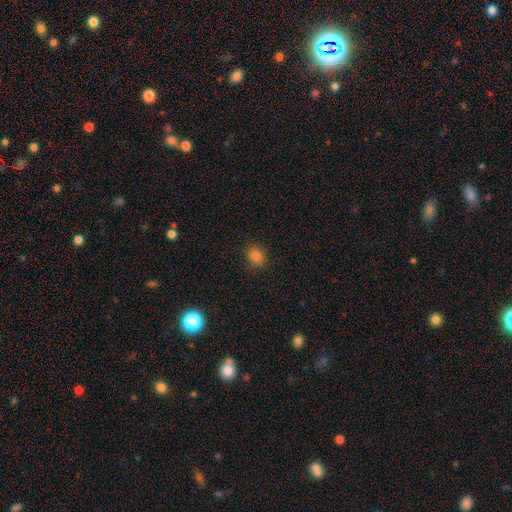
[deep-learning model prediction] The model was most divided on "how rounded": round: 63%, in between: 36%, cigar-shaped: 1%. More confident: merging — none (87%); smooth or featured — smooth (82%).